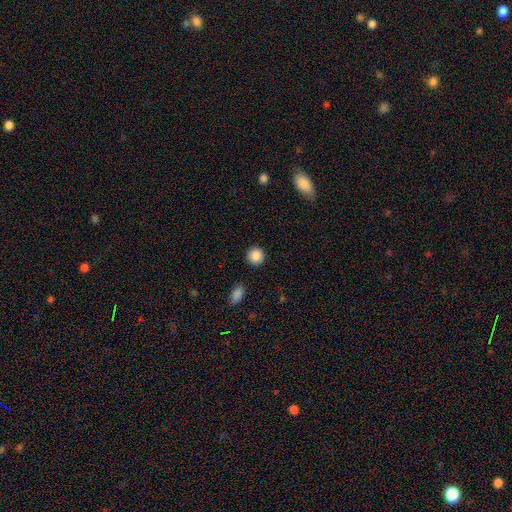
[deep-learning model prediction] Smooth or featured?
  - smooth: 88% *
  - star or artifact: 9%
  - featured or disk: 4%
How rounded?
  - round: 92% *
  - in between: 7%
  - cigar-shaped: 1%
Merging?
  - none: 91% *
  - minor disturbance: 6%
  - major disturbance: 2%
  - merger: 2%